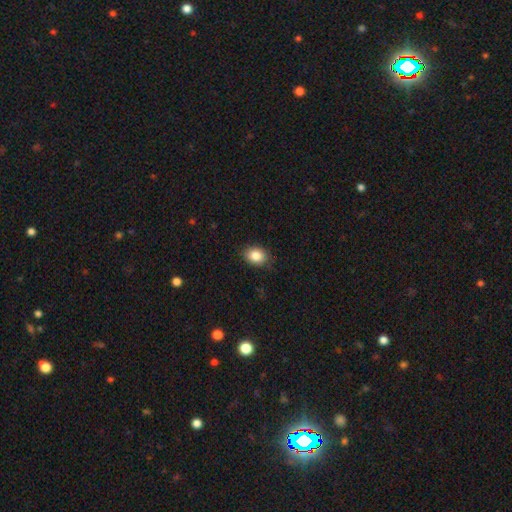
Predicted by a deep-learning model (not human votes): Q: Smooth or featured?
A: smooth (84%); runner-up: star or artifact (9%)
Q: How rounded?
A: in between (60%); runner-up: round (39%)
Q: Merging?
A: none (84%); runner-up: minor disturbance (13%)